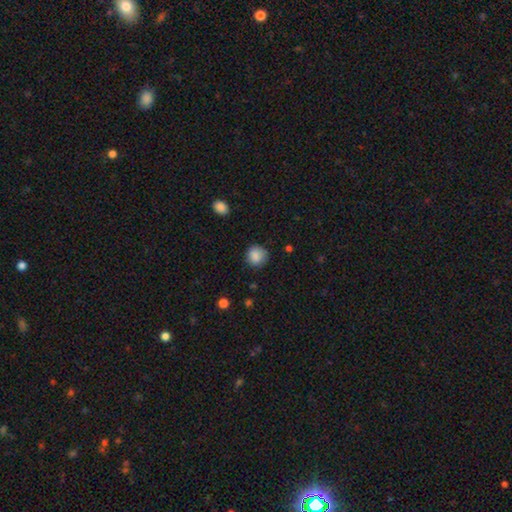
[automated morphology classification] type=smooth (87%); roundness=round (88%); merging=none (82%).